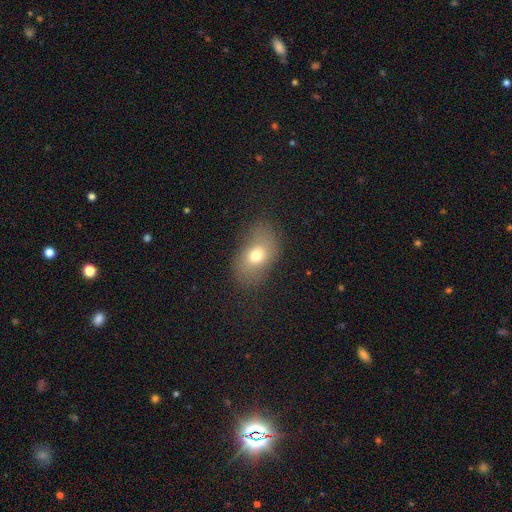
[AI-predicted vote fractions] Q: Smooth or featured?
A: smooth (70%); runner-up: featured or disk (18%)
Q: How rounded?
A: in between (79%); runner-up: round (19%)
Q: Merging?
A: none (71%); runner-up: minor disturbance (18%)